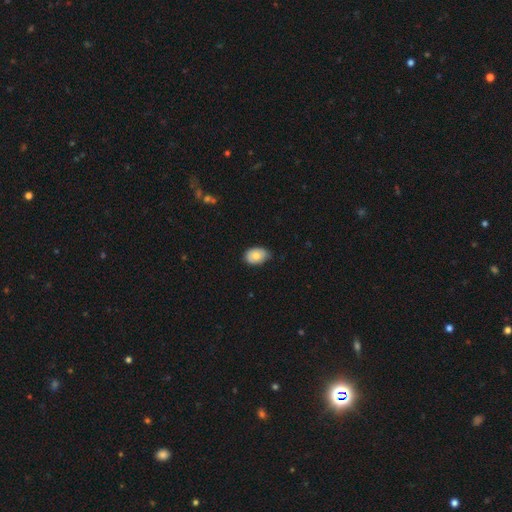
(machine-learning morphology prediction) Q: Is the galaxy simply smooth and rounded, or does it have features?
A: smooth — 73%.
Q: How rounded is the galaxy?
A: in between — 81%.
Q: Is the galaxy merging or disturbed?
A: none — 71%.